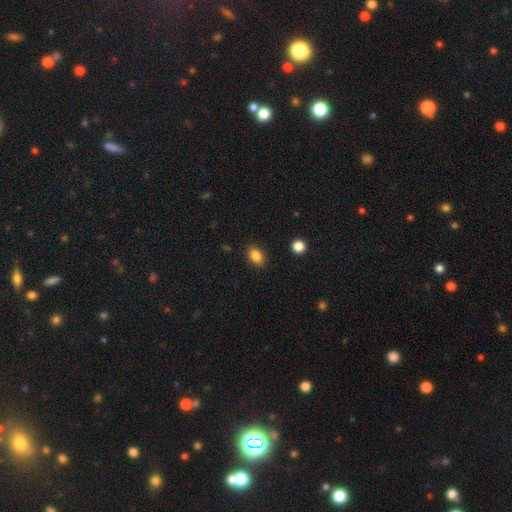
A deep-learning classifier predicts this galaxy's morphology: A smooth galaxy with no disk features (86%) that is in between round and cigar-shaped (78%). Merging: none (87%).